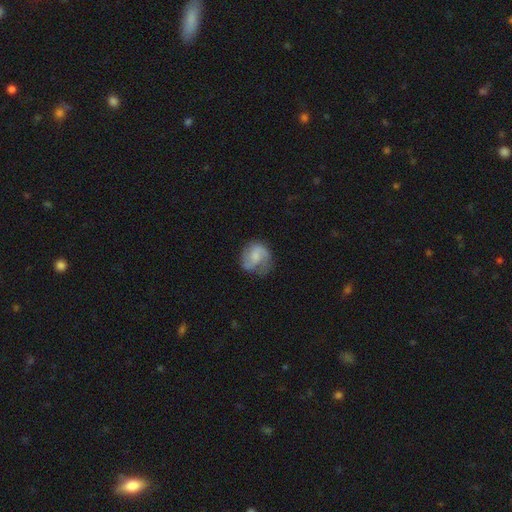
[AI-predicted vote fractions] Q: Smooth or featured?
A: featured or disk (54%); runner-up: smooth (38%)
Q: Edge-on disk?
A: no (98%); runner-up: yes (2%)
Q: Bar?
A: no (60%); runner-up: weak (34%)
Q: Spiral arms?
A: yes (84%); runner-up: no (16%)
Q: Bulge size?
A: small (39%); runner-up: moderate (32%)
Q: Merging?
A: none (56%); runner-up: minor disturbance (26%)